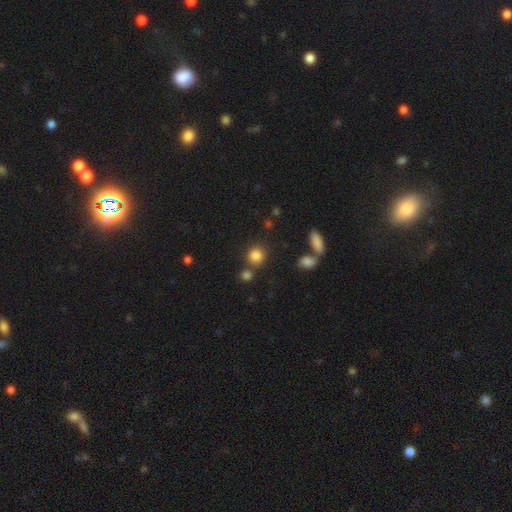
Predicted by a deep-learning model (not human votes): Smooth or featured? smooth (83%)
How rounded? round (81%)
Merging? none (69%)